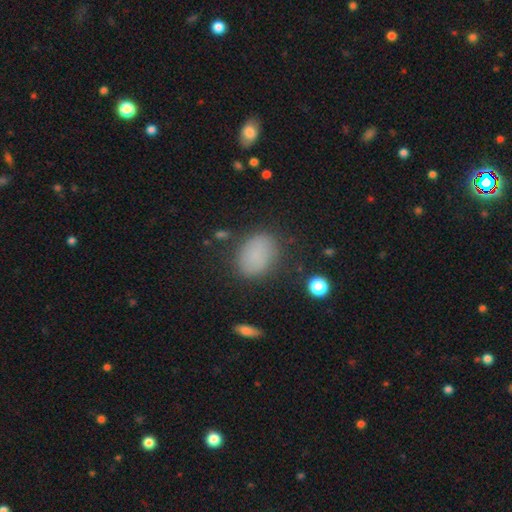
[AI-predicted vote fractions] Q: Smooth or featured?
A: smooth (81%); runner-up: star or artifact (10%)
Q: How rounded?
A: in between (73%); runner-up: round (26%)
Q: Merging?
A: none (76%); runner-up: minor disturbance (16%)